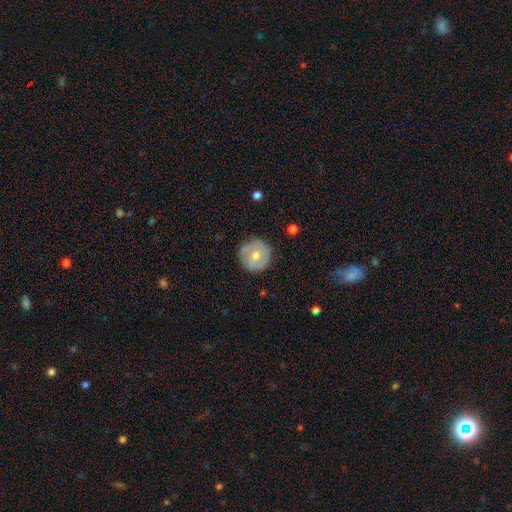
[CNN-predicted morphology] A smooth galaxy with no disk features (54%) that is round (95%).

Vote fractions:
- Smooth or featured? smooth: 54% / featured or disk: 39% / star or artifact: 7%
- How rounded? round: 95% / in between: 4% / cigar-shaped: 1%
- Merging? none: 83% / minor disturbance: 13% / major disturbance: 3% / merger: 1%